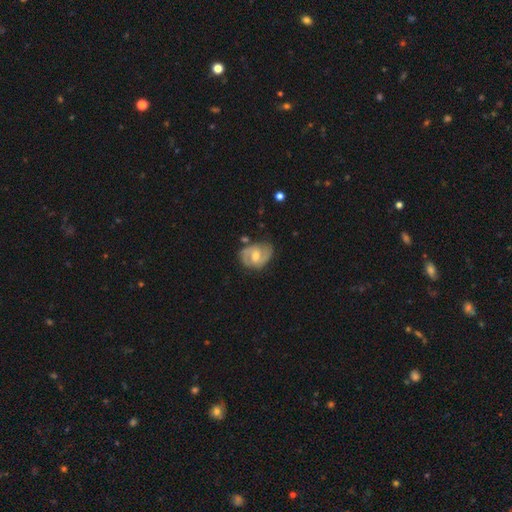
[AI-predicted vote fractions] smooth_or_featured: featured or disk (p=0.76) [alt: smooth p=0.19]
disk_edge_on: no (p=0.97) [alt: yes p=0.03]
bar: weak (p=0.54) [alt: no p=0.33]
has_spiral_arms: yes (p=0.91) [alt: no p=0.09]
spiral_winding: medium (p=0.50) [alt: tight p=0.32]
spiral_arm_count: 2 (p=0.83) [alt: can't tell p=0.09]
bulge_size: moderate (p=0.61) [alt: small p=0.26]
merging: none (p=0.67) [alt: minor disturbance p=0.22]